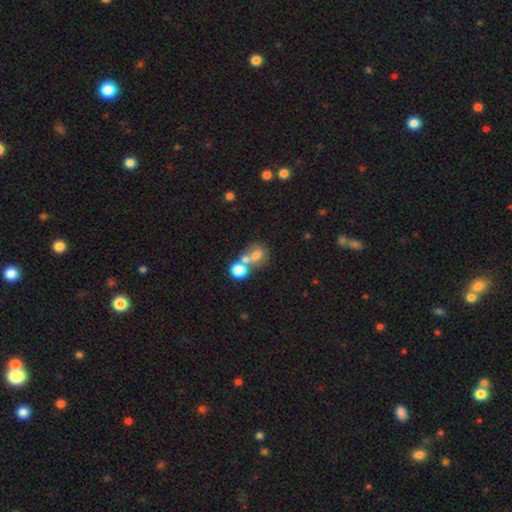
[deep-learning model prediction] This is likely a smooth galaxy (62%). How rounded: possibly round (58%). Merging: possibly merger (47%).